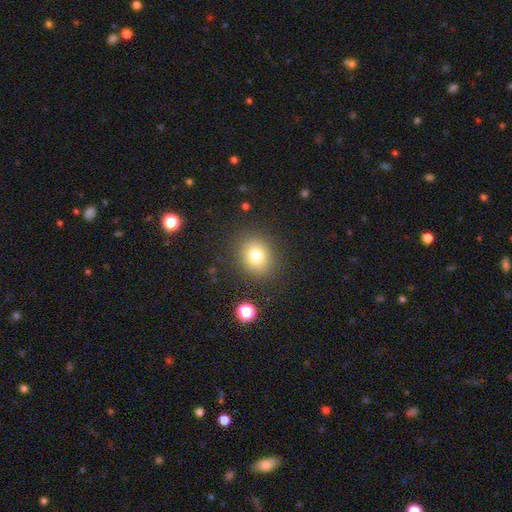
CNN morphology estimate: smooth_or_featured: smooth (p=0.76) [alt: star or artifact p=0.14]
how_rounded: round (p=0.70) [alt: in between p=0.29]
merging: none (p=0.86) [alt: minor disturbance p=0.08]